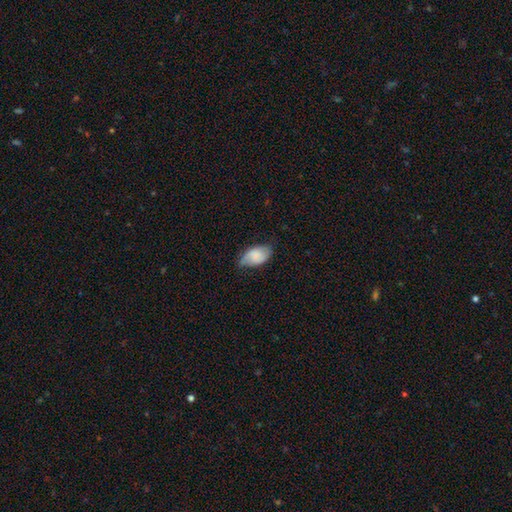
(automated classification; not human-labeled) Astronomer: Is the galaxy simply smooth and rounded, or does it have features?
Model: smooth — 66%.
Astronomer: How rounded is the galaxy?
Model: in between — 93%.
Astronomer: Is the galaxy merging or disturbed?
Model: none — 60%.